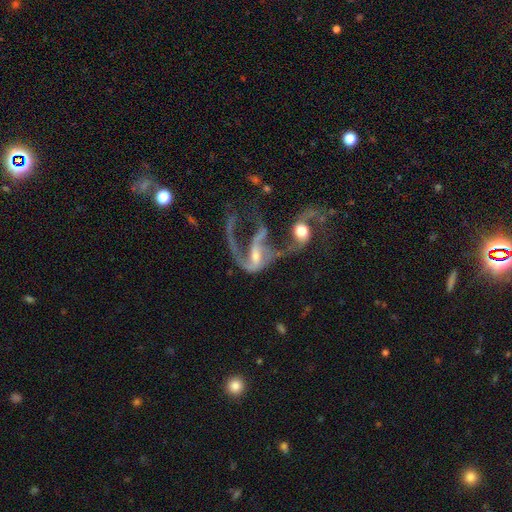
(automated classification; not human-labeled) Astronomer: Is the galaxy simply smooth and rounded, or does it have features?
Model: featured or disk — 77%.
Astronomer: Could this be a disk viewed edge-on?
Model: no — 95%.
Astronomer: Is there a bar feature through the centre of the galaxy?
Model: no — 41% (runner-up: weak, 36%).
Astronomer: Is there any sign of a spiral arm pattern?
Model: yes — 82%.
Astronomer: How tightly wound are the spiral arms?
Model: loose — 72%.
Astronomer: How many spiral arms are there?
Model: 2 — 45% (runner-up: 1, 38%).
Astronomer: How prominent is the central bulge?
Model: moderate — 43% (runner-up: small, 38%).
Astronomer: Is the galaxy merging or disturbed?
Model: merger — 56%.